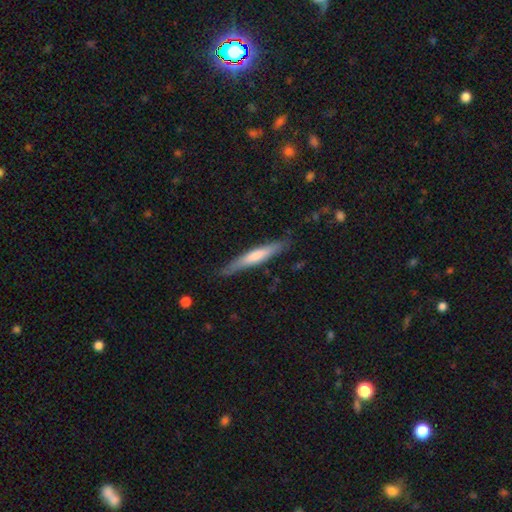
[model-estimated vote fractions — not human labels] Morphology: type=featured or disk (48%); merging=none (84%).